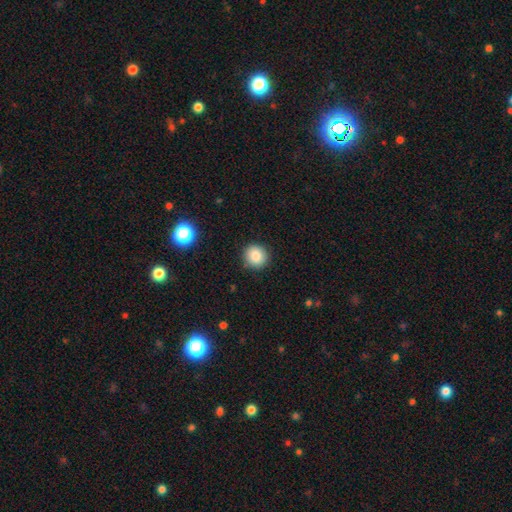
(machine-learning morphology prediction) Smooth or featured? Predicted: smooth (p=0.85). How rounded? Predicted: round (p=0.92). Merging? Predicted: none (p=0.90).